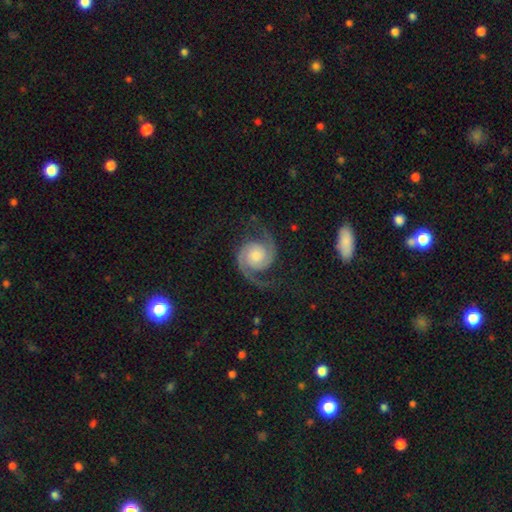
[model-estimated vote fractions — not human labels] A featured or disk galaxy (92%) with no bar (76%), 2 (95%) medium (53%) spiral arms (99%) and a moderate central bulge (45%).

Vote fractions:
- Smooth or featured? featured or disk: 92% / star or artifact: 4% / smooth: 4%
- Edge-on disk? no: 98% / yes: 2%
- Bar? no: 76% / weak: 19% / strong: 5%
- Spiral arms? yes: 99% / no: 1%
- Spiral winding? medium: 53% / tight: 27% / loose: 20%
- Spiral arm count? 2: 95% / 3: 1% / can't tell: 1% / 1: 1% / 4: 1% / more than 4: 1%
- Bulge size? moderate: 45% / small: 23% / large: 20% / none: 9% / dominant: 3%
- Merging? none: 79% / minor disturbance: 13% / major disturbance: 6% / merger: 1%